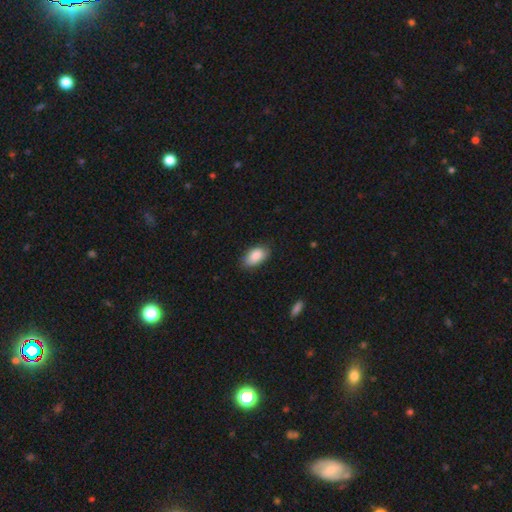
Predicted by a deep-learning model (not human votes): Morphology: type=smooth (88%); roundness=in between (93%); merging=none (78%).